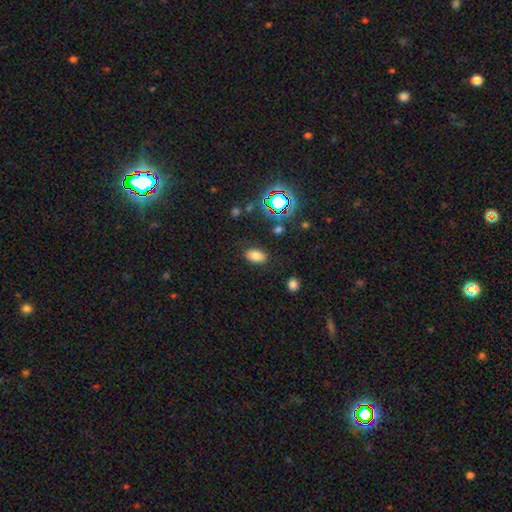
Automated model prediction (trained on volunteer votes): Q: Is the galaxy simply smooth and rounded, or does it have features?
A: smooth — 75%.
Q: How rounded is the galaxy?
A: in between — 90%.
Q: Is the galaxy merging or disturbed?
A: none — 84%.